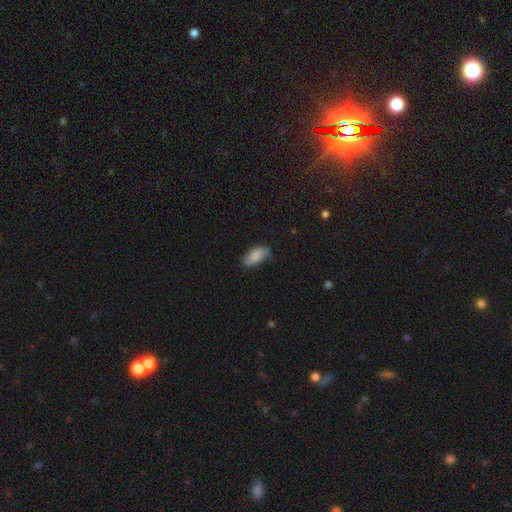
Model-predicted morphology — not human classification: Smooth or featured?
  - smooth: 73% *
  - featured or disk: 19%
  - star or artifact: 8%
How rounded?
  - in between: 89% *
  - cigar-shaped: 8%
  - round: 3%
Merging?
  - none: 68% *
  - minor disturbance: 25%
  - major disturbance: 6%
  - merger: 2%